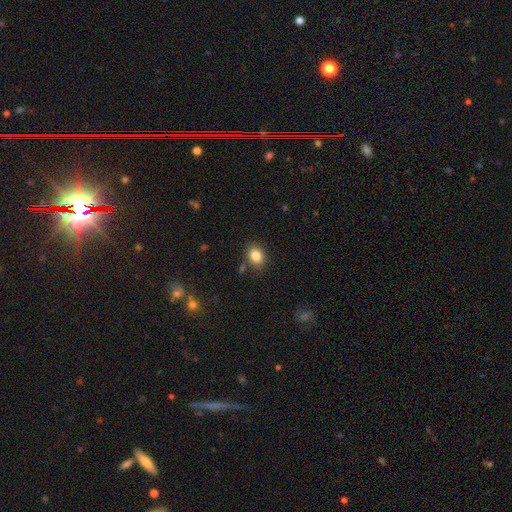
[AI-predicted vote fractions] Smooth or featured?
  - smooth: 84% *
  - star or artifact: 10%
  - featured or disk: 6%
How rounded?
  - in between: 61% *
  - round: 38%
  - cigar-shaped: 1%
Merging?
  - none: 81% *
  - minor disturbance: 12%
  - merger: 4%
  - major disturbance: 3%